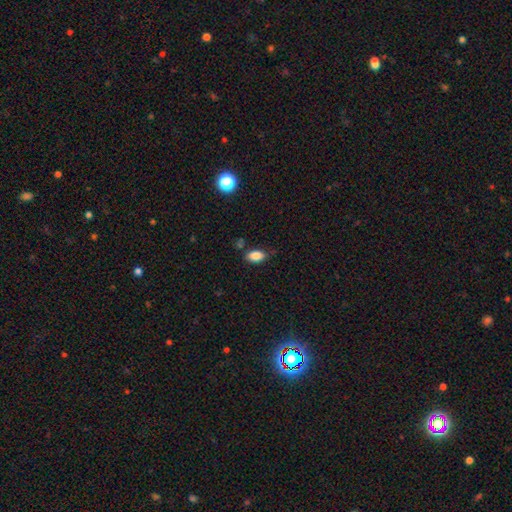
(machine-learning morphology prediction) A smooth galaxy with no disk features (86%) that is in between round and cigar-shaped (91%). Merging: none (77%).